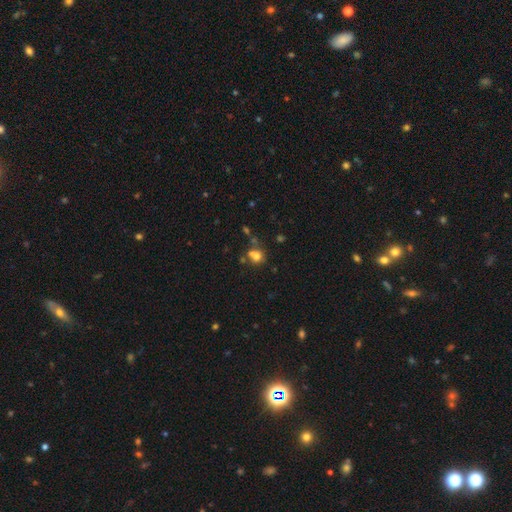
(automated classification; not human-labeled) The model was most divided on "merging": none: 44%, merger: 34%, minor disturbance: 14%, major disturbance: 8%. More confident: smooth or featured — smooth (71%); how rounded — round (70%).